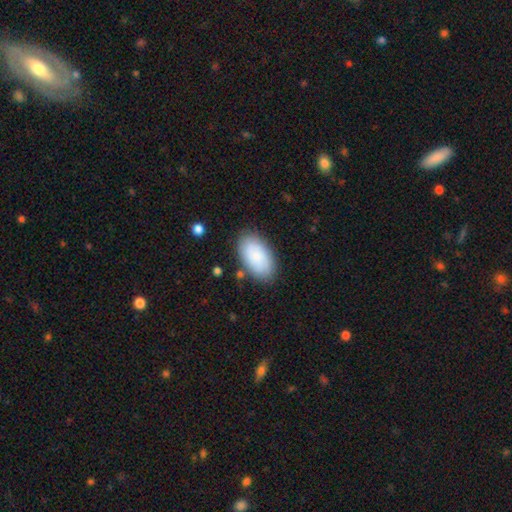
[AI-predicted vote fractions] Smooth or featured?
  - smooth: 84% *
  - featured or disk: 9%
  - star or artifact: 7%
How rounded?
  - in between: 95% *
  - round: 3%
  - cigar-shaped: 2%
Merging?
  - none: 84% *
  - minor disturbance: 11%
  - major disturbance: 3%
  - merger: 2%